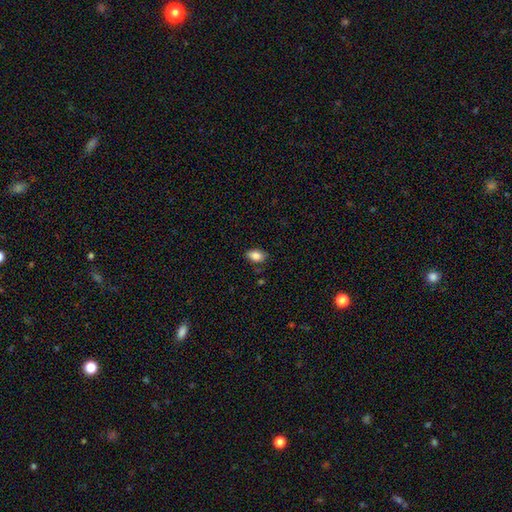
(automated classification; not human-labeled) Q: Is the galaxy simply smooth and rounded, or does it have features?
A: smooth — 85%.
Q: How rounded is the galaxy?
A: in between — 89%.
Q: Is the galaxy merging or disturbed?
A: none — 82%.